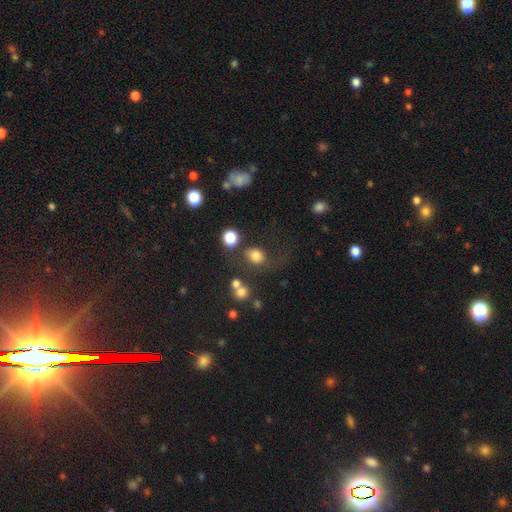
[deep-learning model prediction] This is likely a smooth galaxy (78%). How rounded: possibly round (56%). Merging: possibly none (52%).